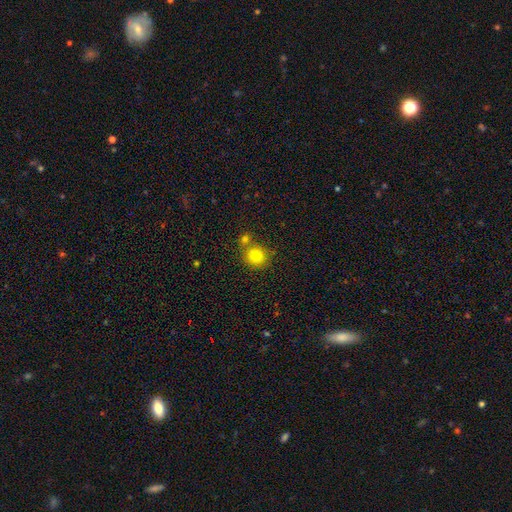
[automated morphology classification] smooth_or_featured: smooth (p=0.81) [alt: star or artifact p=0.12]
how_rounded: round (p=0.89) [alt: in between p=0.10]
merging: none (p=0.67) [alt: merger p=0.22]